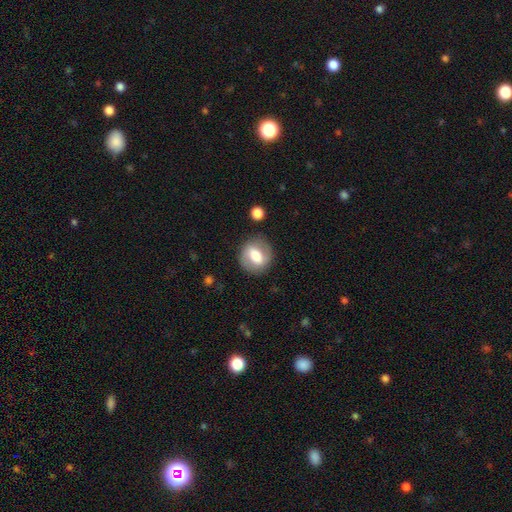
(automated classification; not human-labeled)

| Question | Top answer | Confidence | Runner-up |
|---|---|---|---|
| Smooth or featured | smooth | 50% | featured or disk (42%) |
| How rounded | round | 69% | in between (29%) |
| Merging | none | 83% | minor disturbance (11%) |